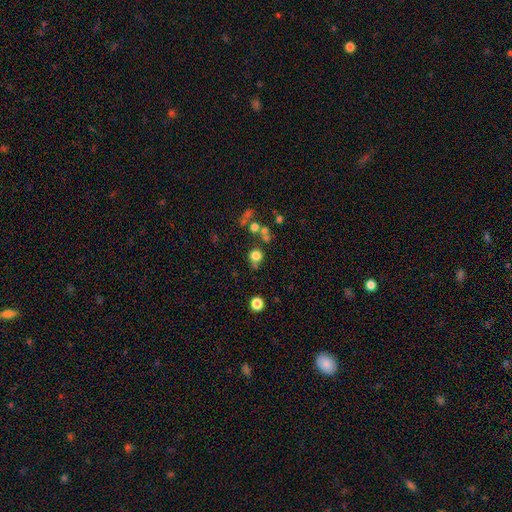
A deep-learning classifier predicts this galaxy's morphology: Q: Smooth or featured?
A: smooth (77%); runner-up: star or artifact (14%)
Q: How rounded?
A: round (85%); runner-up: in between (14%)
Q: Merging?
A: none (58%); runner-up: merger (17%)